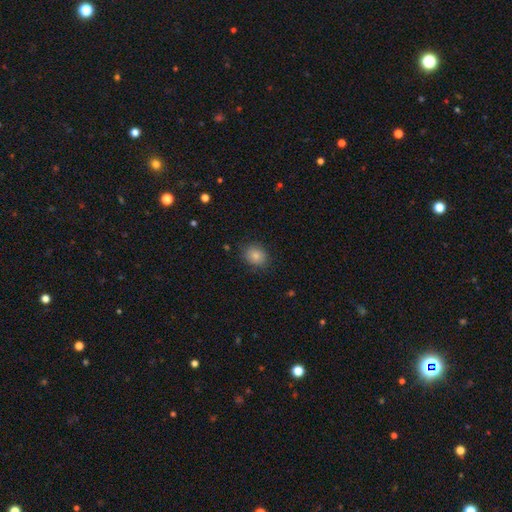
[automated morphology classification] smooth_or_featured: smooth (p=0.83) [alt: star or artifact p=0.10]
how_rounded: round (p=0.55) [alt: in between p=0.44]
merging: none (p=0.82) [alt: minor disturbance p=0.13]